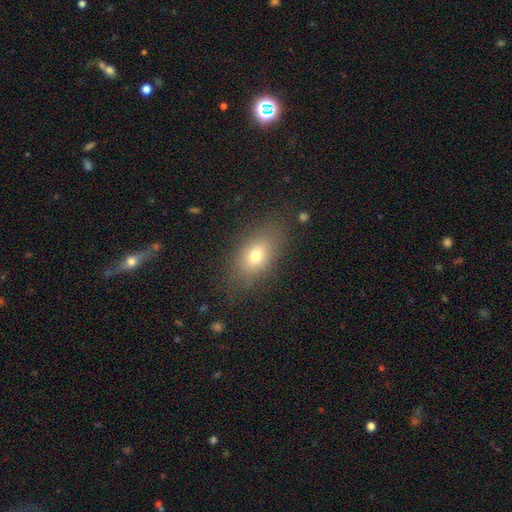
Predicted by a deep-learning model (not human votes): A smooth galaxy with no disk features (72%) that is in between round and cigar-shaped (82%). Merging: none (81%).